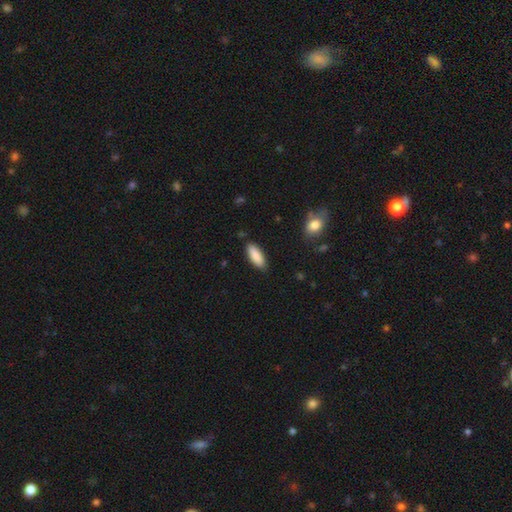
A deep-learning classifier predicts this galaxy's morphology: Smooth or featured: smooth — 87% (featured or disk — 7%)
How rounded: in between — 62% (cigar-shaped — 37%)
Merging: none — 86% (minor disturbance — 11%)